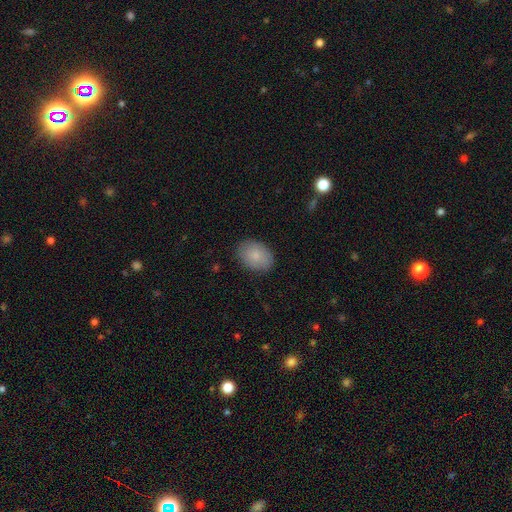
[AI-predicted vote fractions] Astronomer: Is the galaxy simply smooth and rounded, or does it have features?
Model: smooth — 84%.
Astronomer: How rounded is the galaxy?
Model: in between — 78%.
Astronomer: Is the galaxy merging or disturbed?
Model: none — 85%.